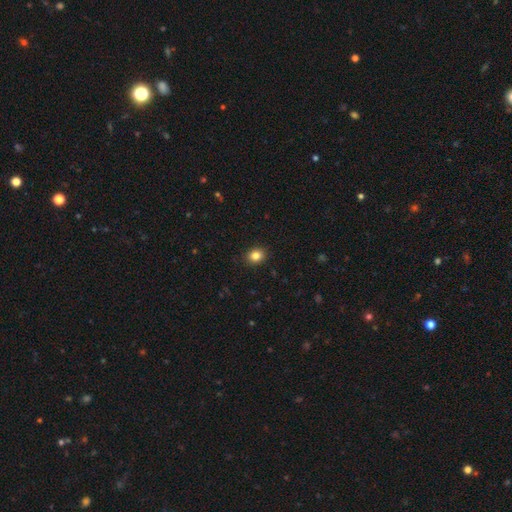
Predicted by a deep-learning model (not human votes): Overall: smooth (84%). How rounded: round (59%; in between 40%). Merging: none (91%).